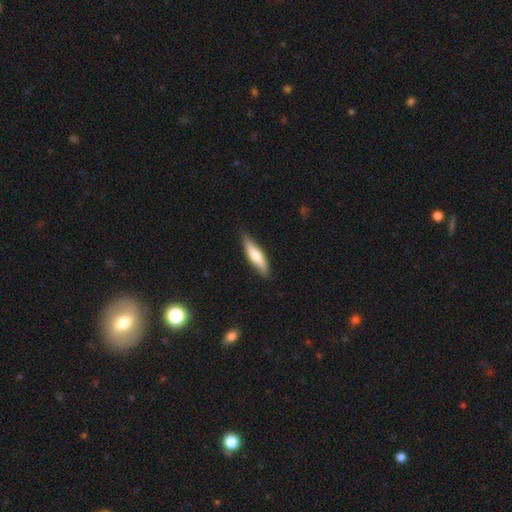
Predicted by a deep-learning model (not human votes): Smooth or featured? smooth (62%)
How rounded? cigar-shaped (73%)
Merging? none (86%)